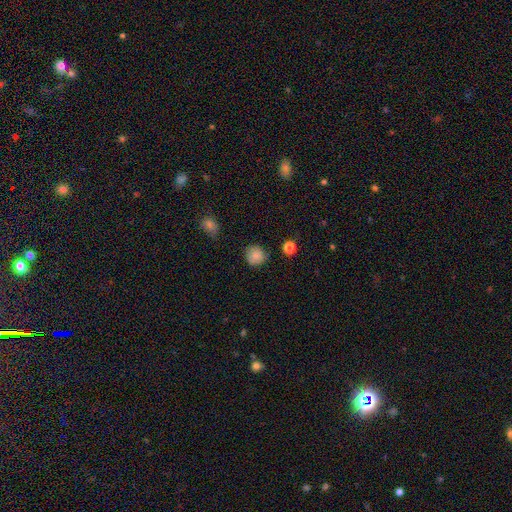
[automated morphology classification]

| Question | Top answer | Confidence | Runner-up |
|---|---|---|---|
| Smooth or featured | smooth | 82% | star or artifact (10%) |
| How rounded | round | 90% | in between (9%) |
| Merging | none | 78% | minor disturbance (17%) |